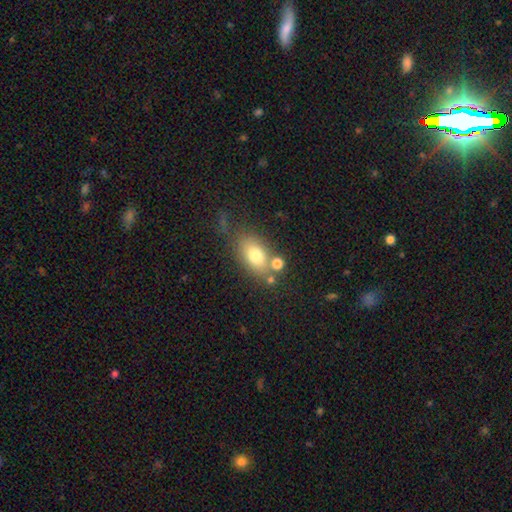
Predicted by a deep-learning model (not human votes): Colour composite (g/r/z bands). It shows a smooth galaxy with no disk features (74%) that is in between round and cigar-shaped (80%). Merging: none (57%).